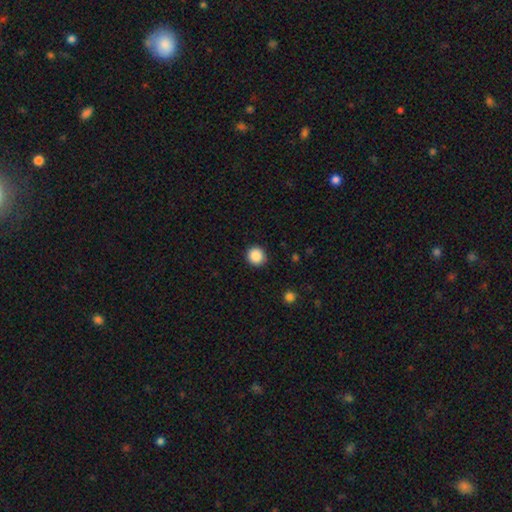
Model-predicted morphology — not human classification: Q: Smooth or featured?
A: smooth (88%); runner-up: star or artifact (9%)
Q: How rounded?
A: round (92%); runner-up: in between (7%)
Q: Merging?
A: none (91%); runner-up: minor disturbance (6%)